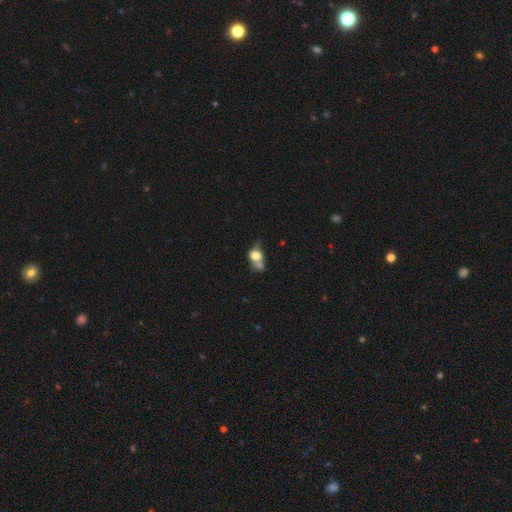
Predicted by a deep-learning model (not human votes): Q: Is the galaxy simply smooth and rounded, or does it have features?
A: smooth — 59%.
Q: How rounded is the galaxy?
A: in between — 49%.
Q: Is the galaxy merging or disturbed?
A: merger — 42%.